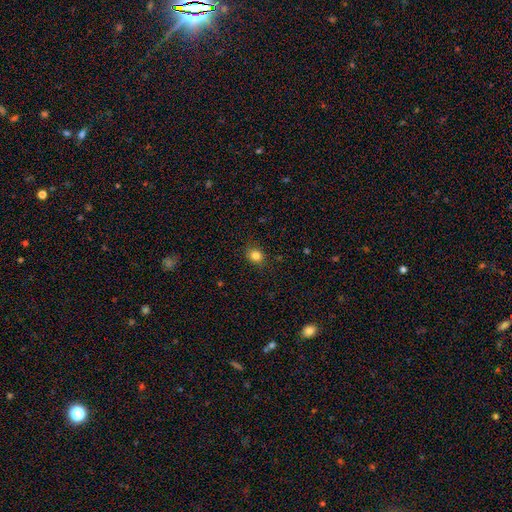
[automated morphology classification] This is clearly a smooth galaxy (84%). How rounded: likely round (63%). Merging: clearly none (87%).